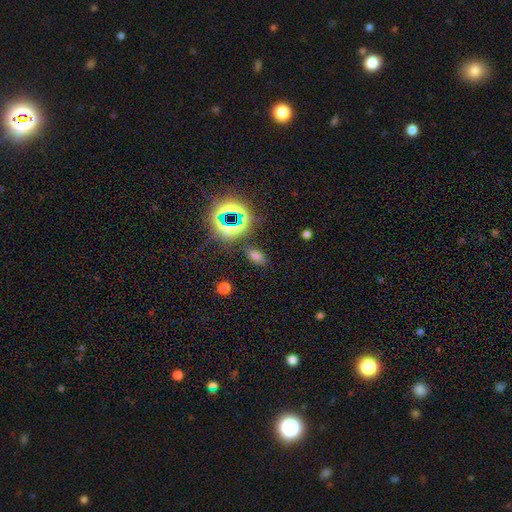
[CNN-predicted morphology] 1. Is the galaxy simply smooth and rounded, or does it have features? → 58% smooth, 35% star or artifact, 8% featured or disk.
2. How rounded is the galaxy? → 86% in between, 10% round, 3% cigar-shaped.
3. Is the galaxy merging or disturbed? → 80% none, 10% minor disturbance, 5% merger, 4% major disturbance.